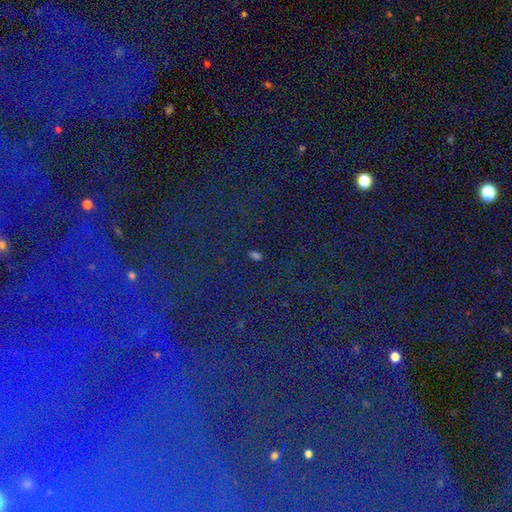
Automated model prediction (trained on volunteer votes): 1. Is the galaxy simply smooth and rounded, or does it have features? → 58% star or artifact, 34% smooth, 8% featured or disk.